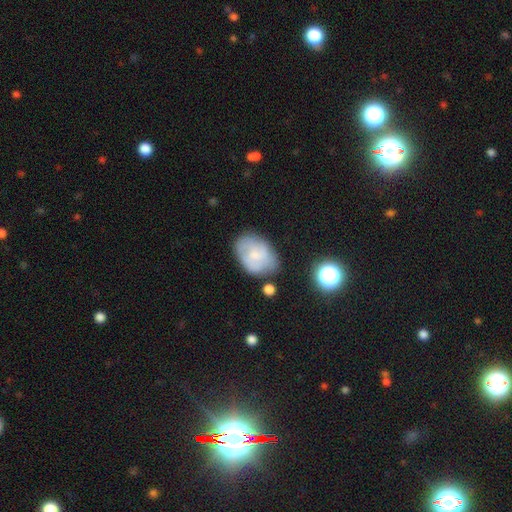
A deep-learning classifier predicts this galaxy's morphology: Overall: smooth (49%; featured or disk 42%). Merging: none (60%; minor disturbance 26%).